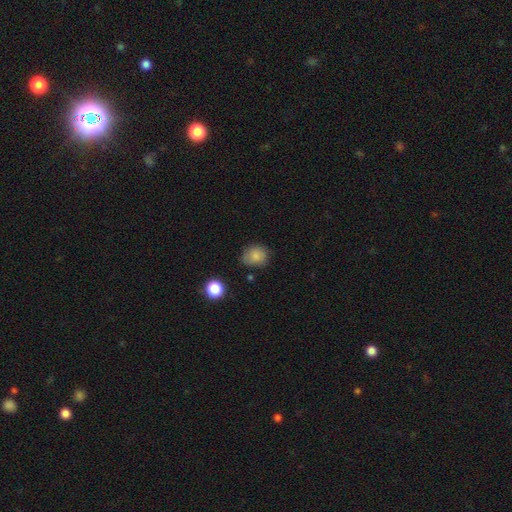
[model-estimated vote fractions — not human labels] Morphology: type=smooth (83%); roundness=round (65%); merging=none (70%).